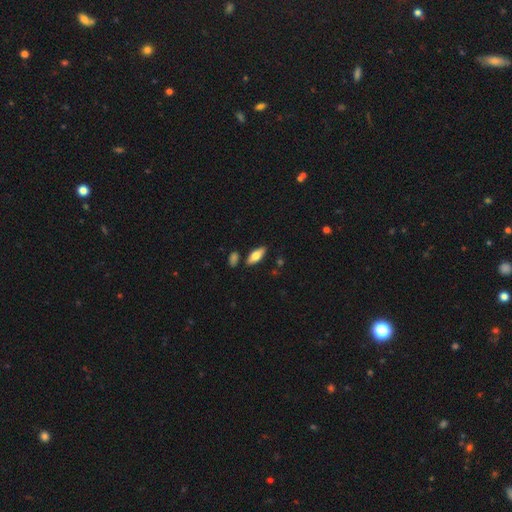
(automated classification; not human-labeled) Morphology: type=smooth (67%); roundness=in between (76%); merging=none (84%).